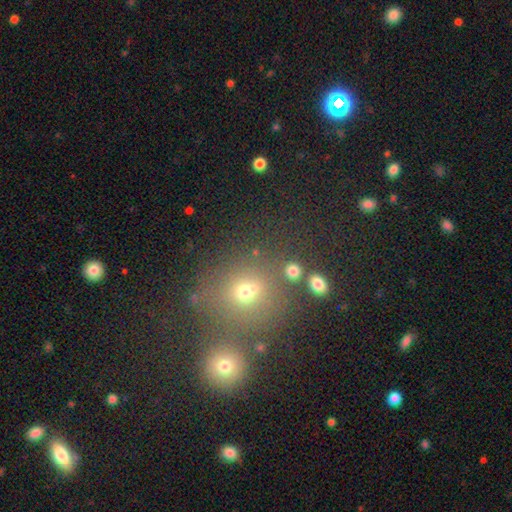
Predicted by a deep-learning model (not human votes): Smooth or featured? smooth (54%)
How rounded? round (83%)
Merging? none (68%)